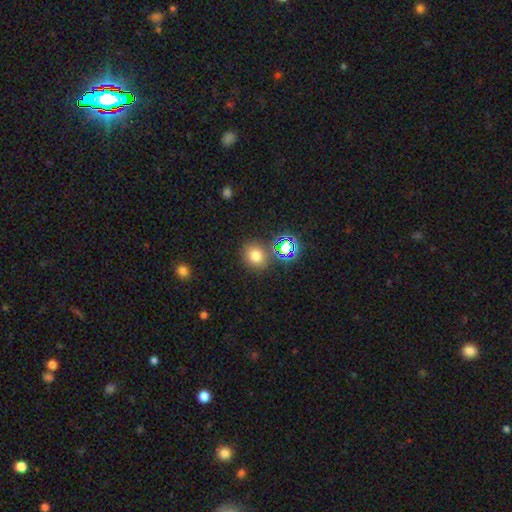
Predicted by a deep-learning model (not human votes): The model was most divided on "how rounded": round: 72%, in between: 26%, cigar-shaped: 1%. More confident: merging — none (79%); smooth or featured — smooth (70%).